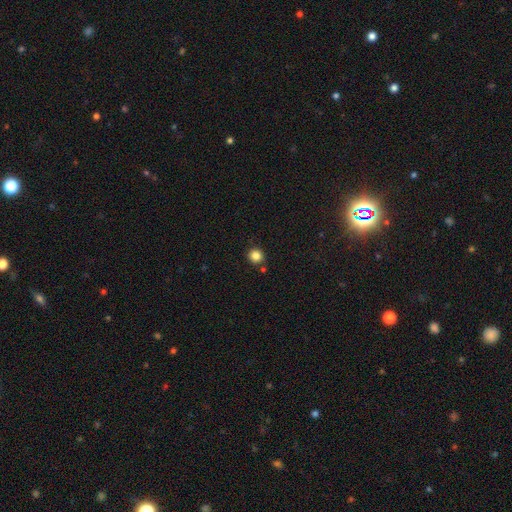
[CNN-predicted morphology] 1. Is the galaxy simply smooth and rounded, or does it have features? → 84% smooth, 12% star or artifact, 4% featured or disk.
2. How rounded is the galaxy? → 92% round, 7% in between, 1% cigar-shaped.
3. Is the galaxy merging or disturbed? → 86% none, 7% minor disturbance, 5% merger, 2% major disturbance.